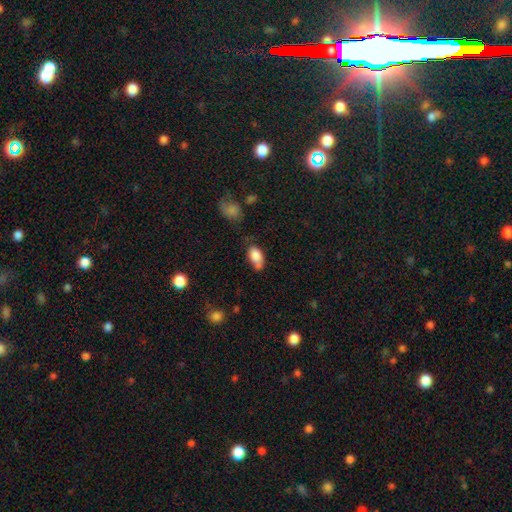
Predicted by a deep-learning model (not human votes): This appears to be a smooth galaxy with no disk features (82%) that is in between round and cigar-shaped (90%). Merging: none (41%).